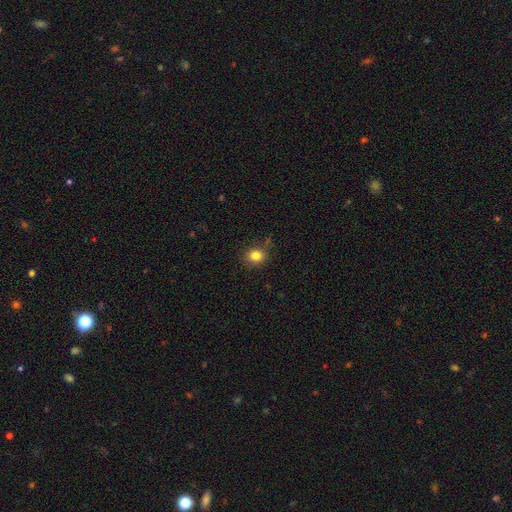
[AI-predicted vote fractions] Q: Smooth or featured?
A: smooth (82%); runner-up: star or artifact (12%)
Q: How rounded?
A: round (78%); runner-up: in between (21%)
Q: Merging?
A: none (82%); runner-up: minor disturbance (13%)